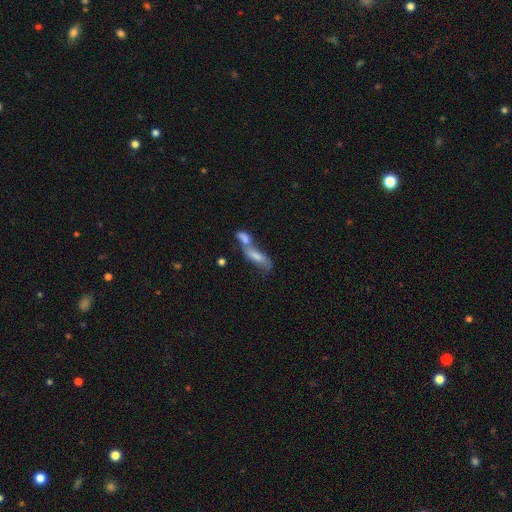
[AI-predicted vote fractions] Smooth or featured? smooth (51%)
How rounded? in between (50%)
Merging? merger (67%)